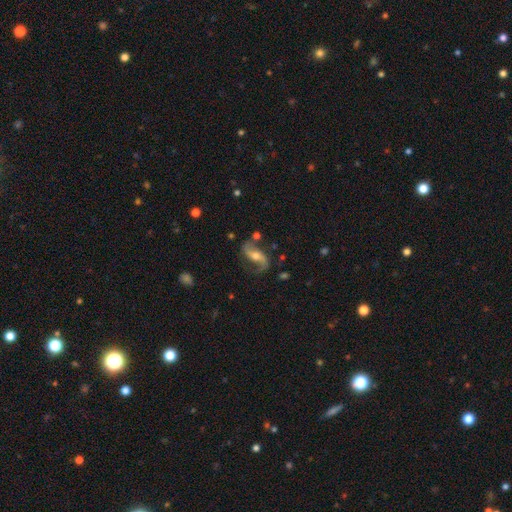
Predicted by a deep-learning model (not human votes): The model was most divided on "bar": no: 39%, weak: 35%, strong: 26%. More confident: spiral arms — yes (95%); edge-on disk — no (95%); spiral arm count — 2 (90%); smooth or featured — featured or disk (85%); merging — none (70%); spiral winding — loose (68%); bulge size — moderate (65%).